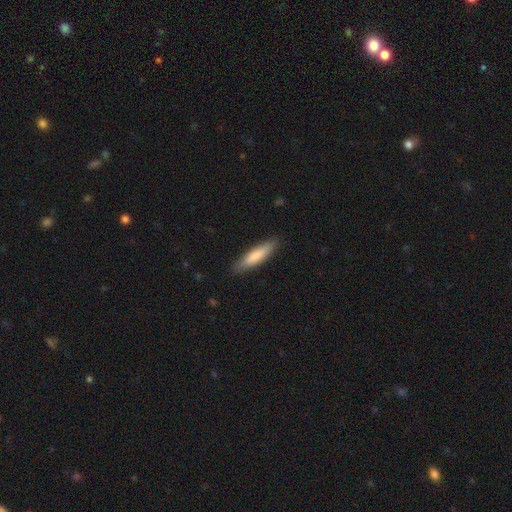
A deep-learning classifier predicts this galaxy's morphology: This appears to be a smooth galaxy with no disk features (80%) that is cigar-shaped (75%). Merging: none (87%).